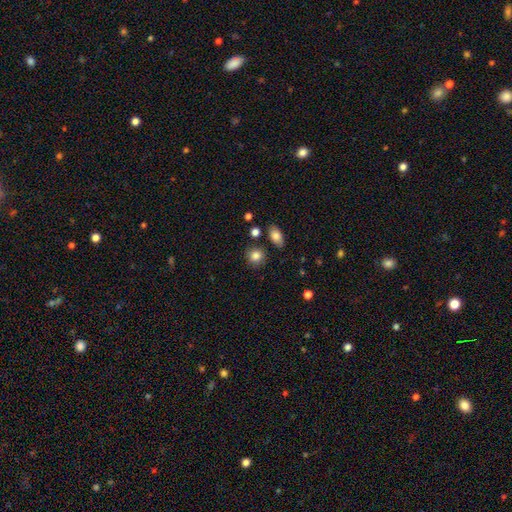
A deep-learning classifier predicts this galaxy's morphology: This is clearly a smooth galaxy (84%). How rounded: likely round (79%). Merging: clearly none (82%).